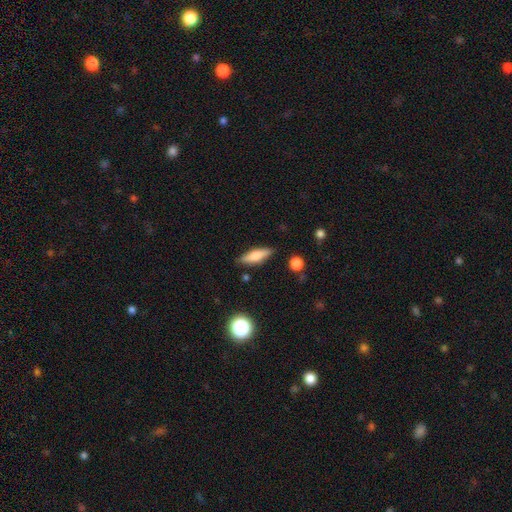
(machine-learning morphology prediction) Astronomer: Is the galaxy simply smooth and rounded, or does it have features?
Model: smooth — 63%.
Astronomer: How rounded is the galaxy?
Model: cigar-shaped — 57% (runner-up: in between, 40%).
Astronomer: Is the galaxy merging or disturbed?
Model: none — 85%.